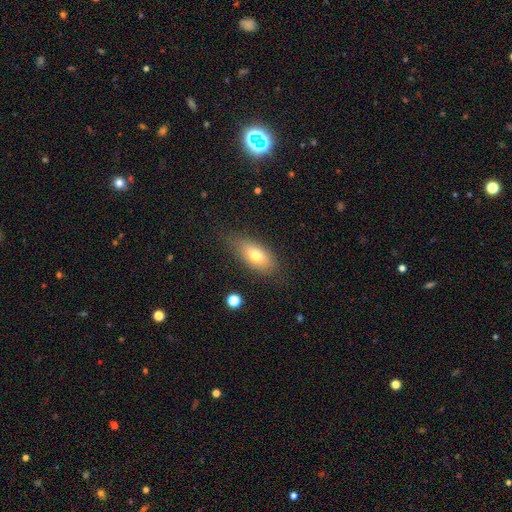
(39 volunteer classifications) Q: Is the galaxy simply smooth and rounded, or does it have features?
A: smooth — 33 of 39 (85%).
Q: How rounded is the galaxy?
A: in between — 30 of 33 (91%).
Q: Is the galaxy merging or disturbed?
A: none — 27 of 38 (71%).